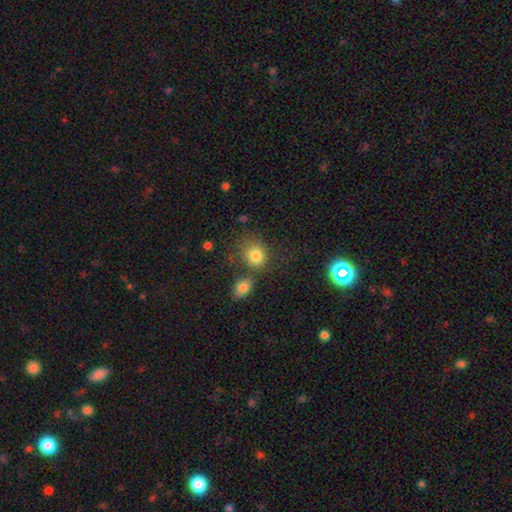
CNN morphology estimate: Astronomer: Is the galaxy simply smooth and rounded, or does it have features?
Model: smooth — 80%.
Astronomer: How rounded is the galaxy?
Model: round — 64%.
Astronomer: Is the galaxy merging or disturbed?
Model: none — 56%.